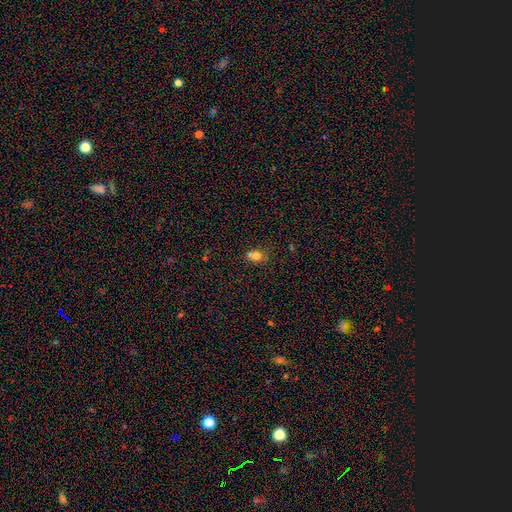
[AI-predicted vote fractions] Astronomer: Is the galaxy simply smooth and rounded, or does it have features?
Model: smooth — 74%.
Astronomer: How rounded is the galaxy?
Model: round — 61% (runner-up: in between, 38%).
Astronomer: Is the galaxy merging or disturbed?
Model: merger — 41% (runner-up: none, 39%).